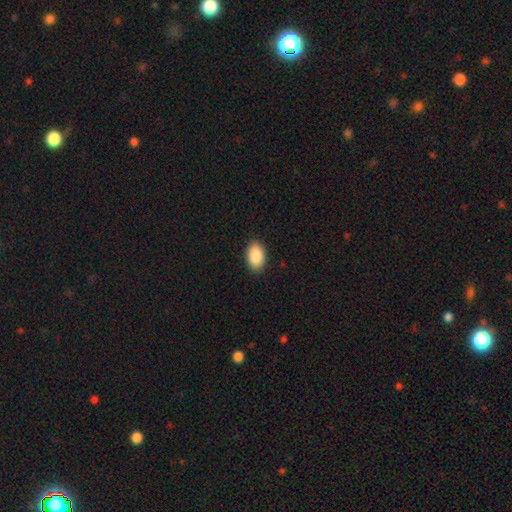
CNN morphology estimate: Q: Smooth or featured?
A: smooth (89%); runner-up: star or artifact (7%)
Q: How rounded?
A: in between (92%); runner-up: round (7%)
Q: Merging?
A: none (89%); runner-up: minor disturbance (8%)